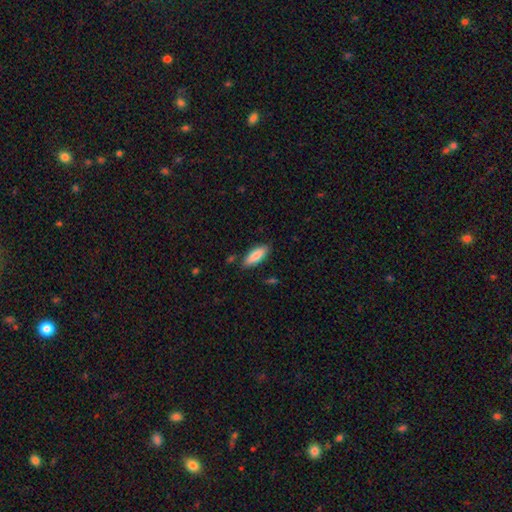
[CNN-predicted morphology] smooth_or_featured: smooth (p=0.85) [alt: featured or disk p=0.09]
how_rounded: in between (p=0.69) [alt: cigar-shaped p=0.30]
merging: none (p=0.84) [alt: minor disturbance p=0.12]